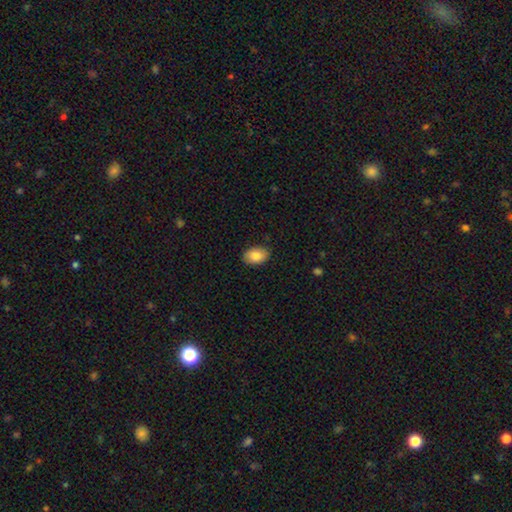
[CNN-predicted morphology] This appears to be a smooth galaxy with no disk features (86%) that is in between round and cigar-shaped (88%). Merging: none (87%).